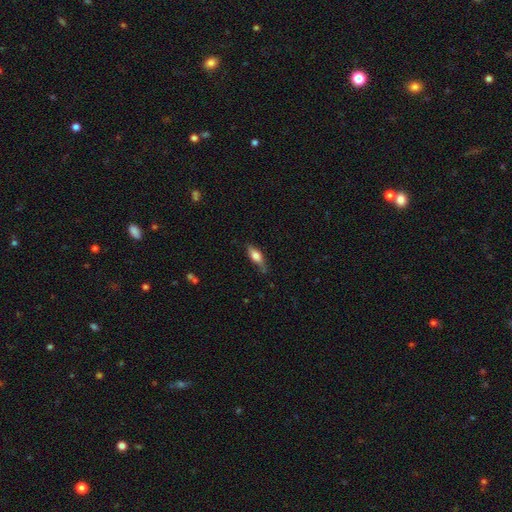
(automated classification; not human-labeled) The model was most divided on "how rounded": in between: 56%, cigar-shaped: 41%, round: 3%. More confident: merging — none (65%); smooth or featured — smooth (63%).